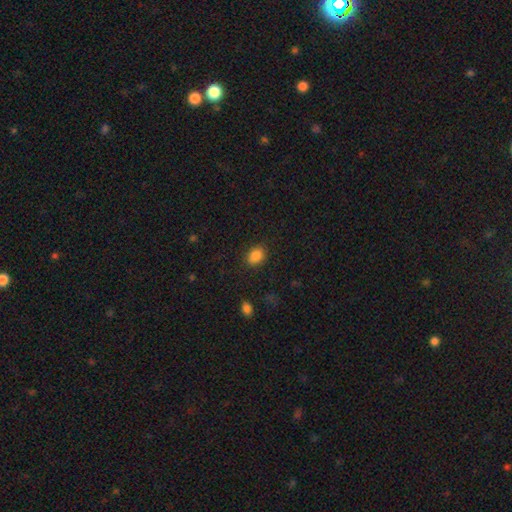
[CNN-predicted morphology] Overall: smooth (86%). How rounded: in between (69%; round 30%). Merging: none (84%).